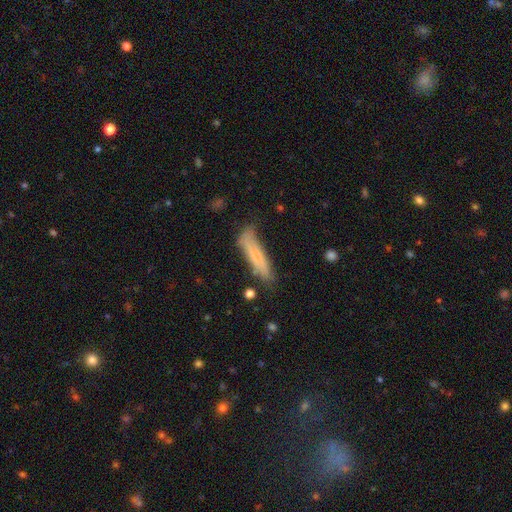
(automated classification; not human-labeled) Smooth or featured?
  - smooth: 71% *
  - featured or disk: 21%
  - star or artifact: 8%
How rounded?
  - cigar-shaped: 80% *
  - in between: 19%
  - round: 2%
Merging?
  - none: 58% *
  - minor disturbance: 28%
  - major disturbance: 10%
  - merger: 4%